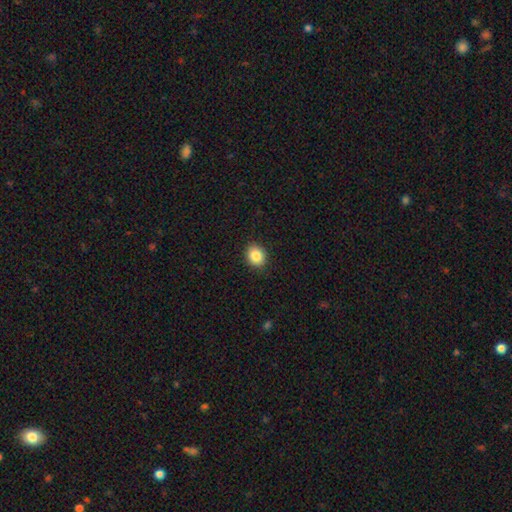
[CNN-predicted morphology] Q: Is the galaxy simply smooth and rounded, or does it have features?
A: smooth — 86%.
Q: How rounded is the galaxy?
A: round — 65%.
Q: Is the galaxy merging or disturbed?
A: none — 90%.